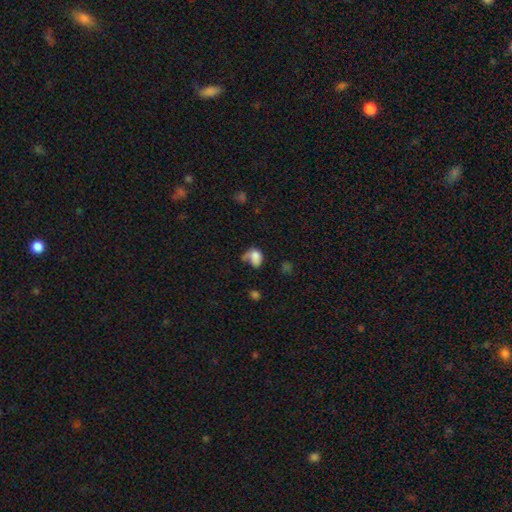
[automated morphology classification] smooth-or-featured: smooth: 72% | featured or disk: 17% | star or artifact: 11%
  how-rounded: in between: 65% | round: 34% | cigar-shaped: 1%
  merging: major disturbance: 33% | none: 26% | minor disturbance: 26% | merger: 15%